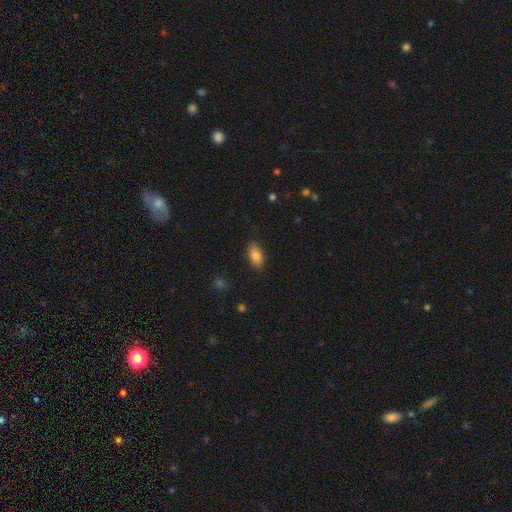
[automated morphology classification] smooth-or-featured: smooth: 83% | featured or disk: 9% | star or artifact: 8%
  how-rounded: in between: 90% | round: 5% | cigar-shaped: 4%
  merging: none: 86% | minor disturbance: 11% | major disturbance: 2% | merger: 1%